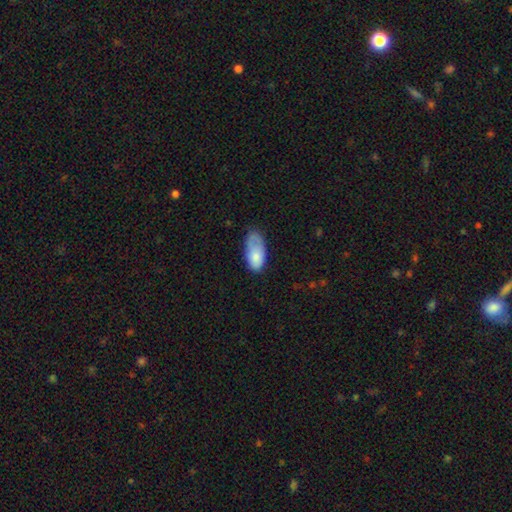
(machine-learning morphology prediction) Smooth or featured? Predicted: smooth (p=0.78). How rounded? Predicted: in between (p=0.92). Merging? Predicted: minor disturbance (p=0.41).